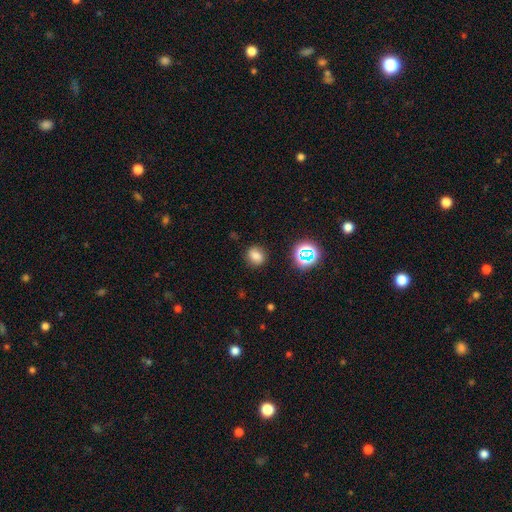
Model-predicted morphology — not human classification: type=smooth (71%); roundness=round (67%); merging=none (84%).